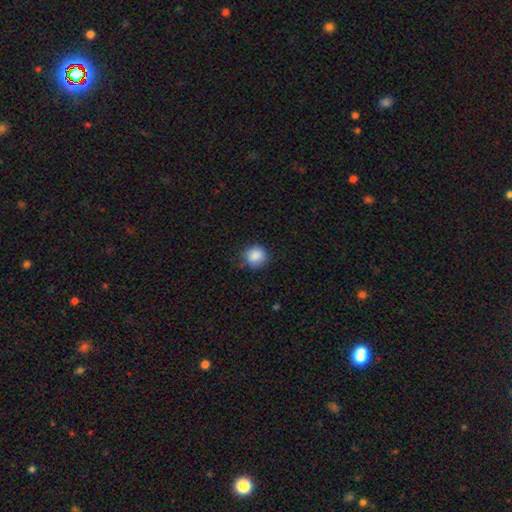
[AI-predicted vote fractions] The model was most divided on "merging": none: 83%, minor disturbance: 13%, major disturbance: 3%, merger: 1%. More confident: how rounded — round (90%); smooth or featured — smooth (88%).